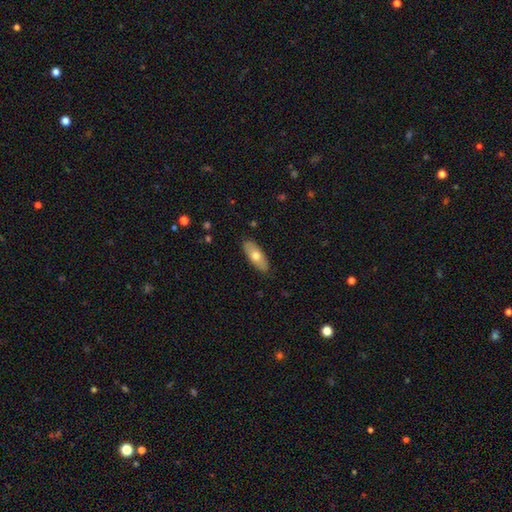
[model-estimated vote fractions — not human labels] This is likely a smooth galaxy (67%). How rounded: clearly in between (80%). Merging: clearly none (87%).